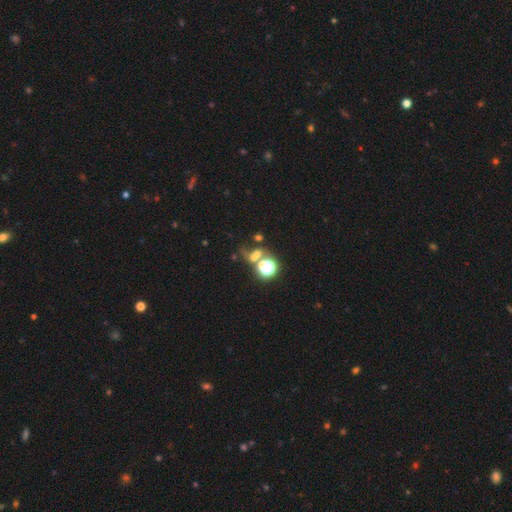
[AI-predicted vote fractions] A star or artifact, not a galaxy (45%).